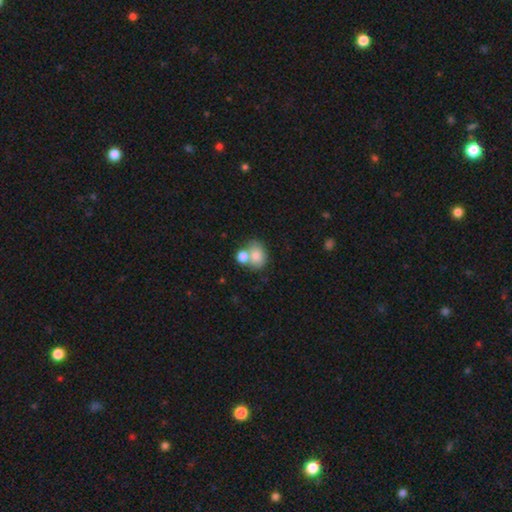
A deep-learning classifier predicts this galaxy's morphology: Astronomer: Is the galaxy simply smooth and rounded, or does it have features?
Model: smooth — 78%.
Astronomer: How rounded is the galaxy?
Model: in between — 55% (runner-up: round, 44%).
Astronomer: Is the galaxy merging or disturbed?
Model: merger — 45% (runner-up: none, 39%).